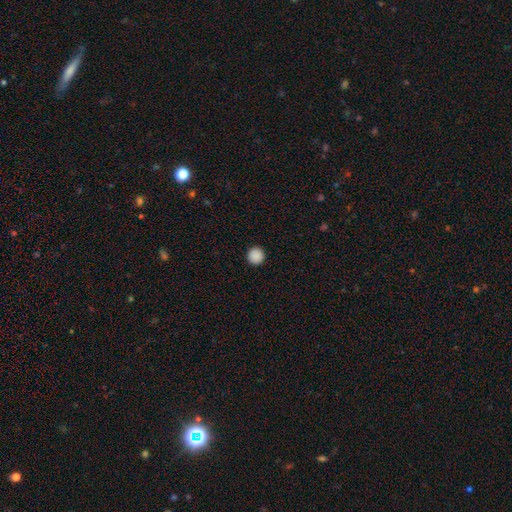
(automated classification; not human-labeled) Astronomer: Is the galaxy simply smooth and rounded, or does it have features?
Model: smooth — 89%.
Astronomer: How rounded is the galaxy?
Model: round — 96%.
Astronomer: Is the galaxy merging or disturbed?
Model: none — 94%.